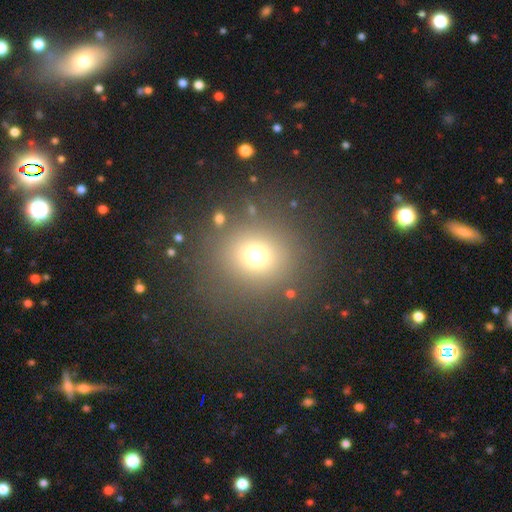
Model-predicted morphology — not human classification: This is likely a smooth galaxy (69%). How rounded: clearly round (87%). Merging: clearly none (81%).